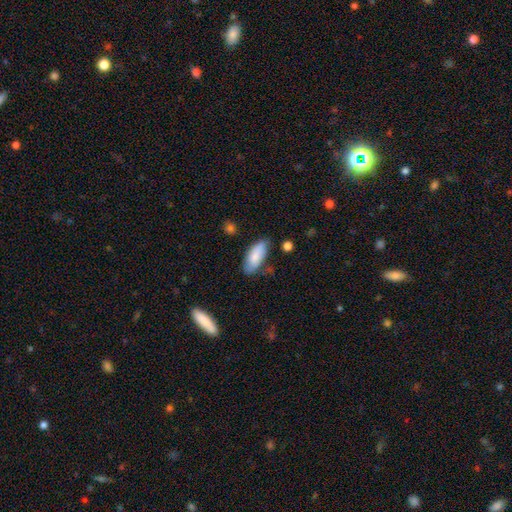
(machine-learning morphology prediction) type=smooth (81%); roundness=in between (83%); merging=none (66%).